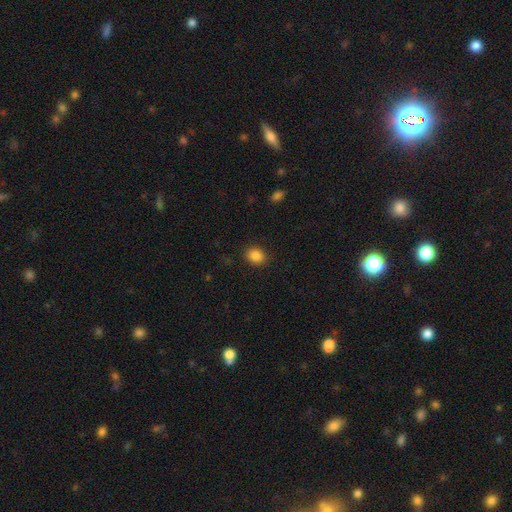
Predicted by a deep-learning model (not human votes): This is clearly a smooth galaxy (86%). How rounded: possibly in between (52%). Merging: clearly none (89%).